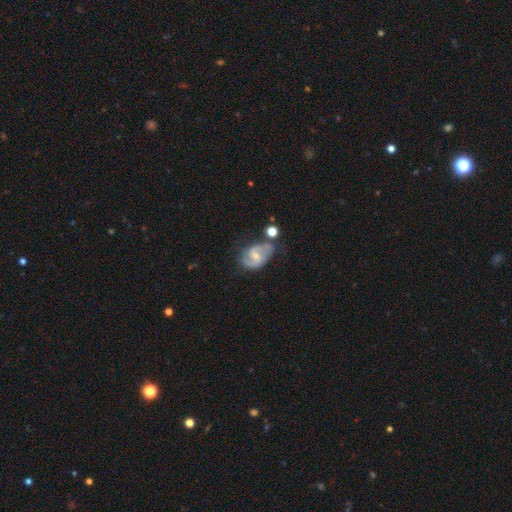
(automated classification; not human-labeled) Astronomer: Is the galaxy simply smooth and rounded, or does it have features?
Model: featured or disk — 79%.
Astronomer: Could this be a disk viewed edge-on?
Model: no — 97%.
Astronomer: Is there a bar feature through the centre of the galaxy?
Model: weak — 54%.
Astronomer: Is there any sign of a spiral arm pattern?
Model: yes — 93%.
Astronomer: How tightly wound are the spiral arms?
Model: medium — 51% (runner-up: loose, 30%).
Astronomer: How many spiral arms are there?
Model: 2 — 88%.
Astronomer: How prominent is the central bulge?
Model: small — 59%.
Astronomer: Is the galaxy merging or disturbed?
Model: none — 57%.